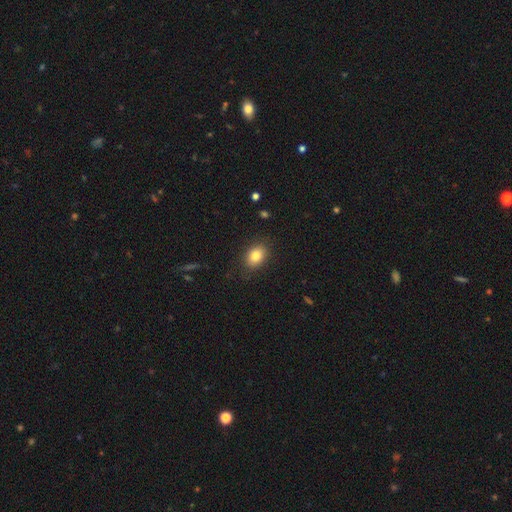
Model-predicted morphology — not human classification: Overall: smooth (83%). How rounded: in between (74%). Merging: none (85%).